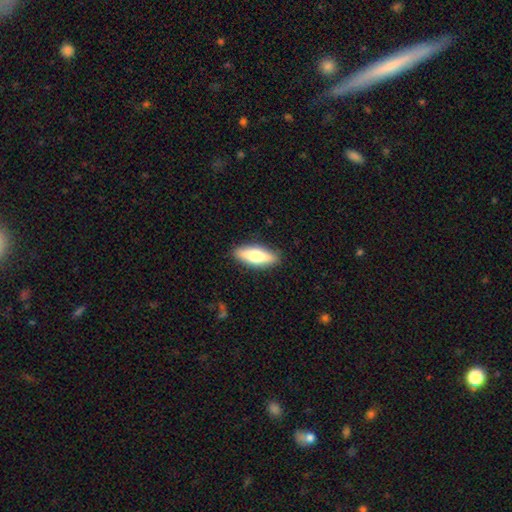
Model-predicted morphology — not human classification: A smooth galaxy with no disk features (63%) that is in between round and cigar-shaped (58%).

Vote fractions:
- Smooth or featured? smooth: 63% / featured or disk: 31% / star or artifact: 6%
- How rounded? in between: 58% / cigar-shaped: 39% / round: 3%
- Merging? none: 88% / minor disturbance: 9% / major disturbance: 2% / merger: 1%